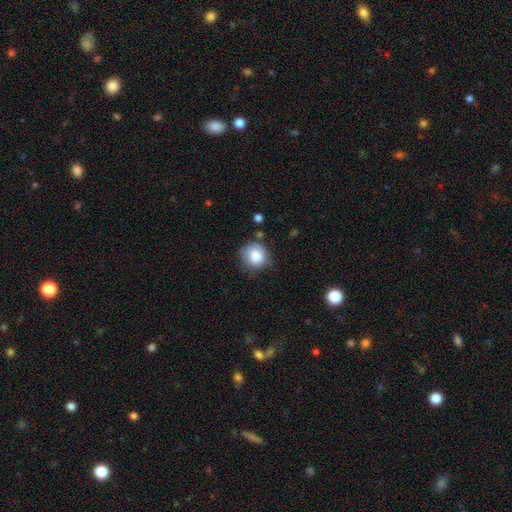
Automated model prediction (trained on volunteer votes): smooth 83%, star or artifact 8%, featured or disk 8%. Down the decision tree: how rounded — round (87%); merging — none (68%).